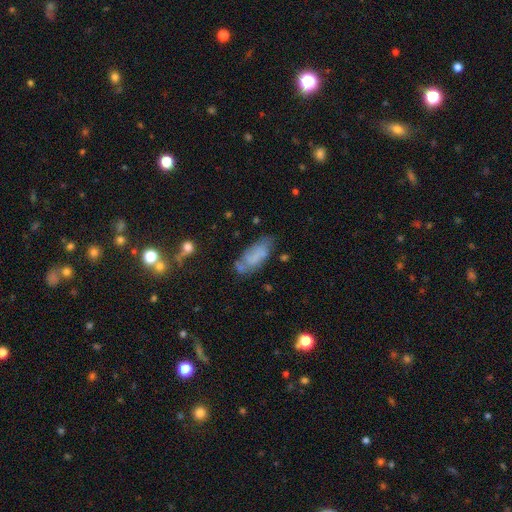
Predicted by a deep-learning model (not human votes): Q: Smooth or featured?
A: smooth (58%); runner-up: featured or disk (33%)
Q: How rounded?
A: in between (81%); runner-up: cigar-shaped (17%)
Q: Merging?
A: none (52%); runner-up: minor disturbance (28%)